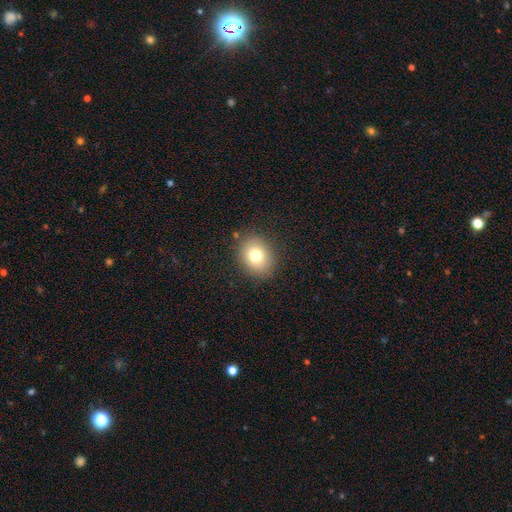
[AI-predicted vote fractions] A smooth galaxy with no disk features (77%) that is round (64%). Merging: none (87%).